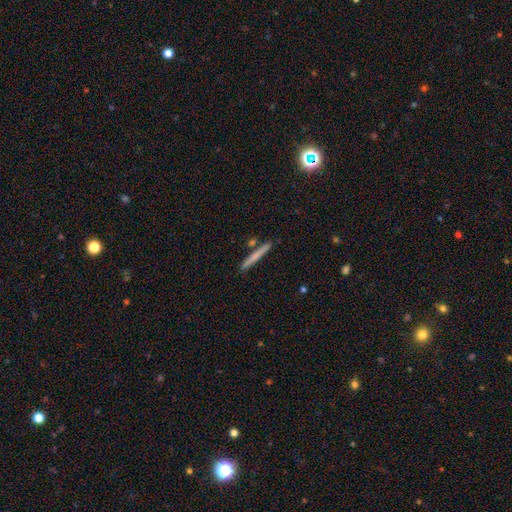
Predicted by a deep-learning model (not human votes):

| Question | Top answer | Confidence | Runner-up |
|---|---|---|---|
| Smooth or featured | smooth | 64% | featured or disk (30%) |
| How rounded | cigar-shaped | 96% | in between (2%) |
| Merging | none | 85% | minor disturbance (8%) |